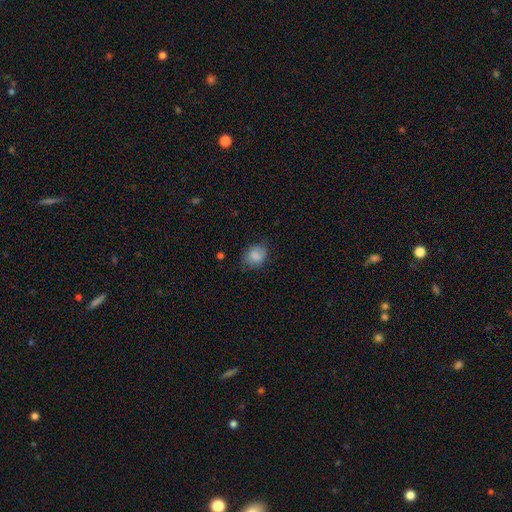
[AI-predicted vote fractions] Smooth or featured?
  - smooth: 83% *
  - featured or disk: 9%
  - star or artifact: 8%
How rounded?
  - in between: 53% *
  - round: 46%
  - cigar-shaped: 1%
Merging?
  - none: 70% *
  - minor disturbance: 23%
  - major disturbance: 6%
  - merger: 1%